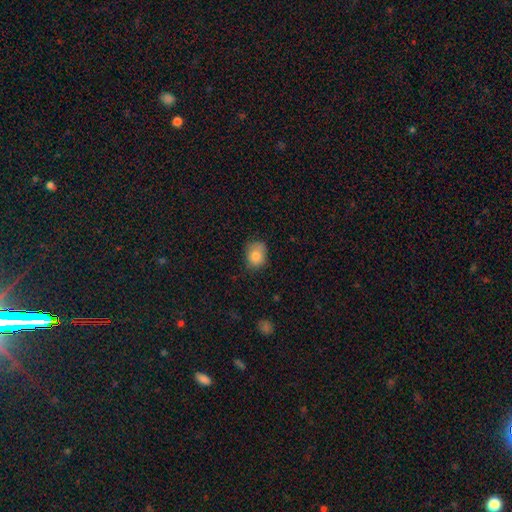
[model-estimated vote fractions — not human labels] A smooth galaxy with no disk features (83%) that is round (52%). Merging: none (71%).